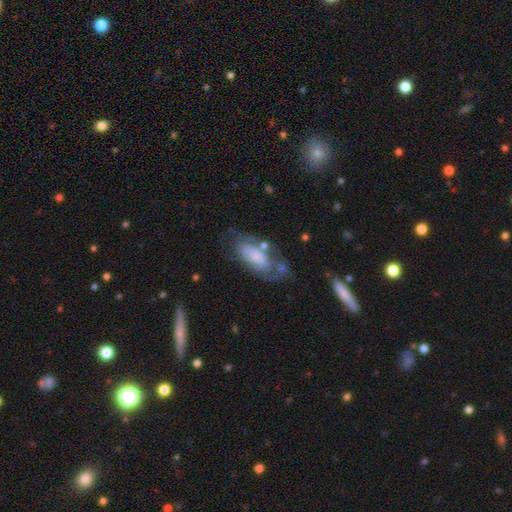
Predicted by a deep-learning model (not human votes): This is possibly a smooth galaxy (50%). Merging: possibly none (46%).